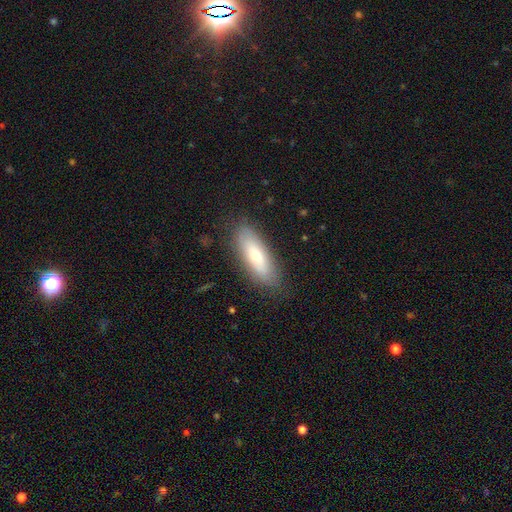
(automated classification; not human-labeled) A smooth galaxy with no disk features (66%) that is in between round and cigar-shaped (63%). Merging: none (84%).